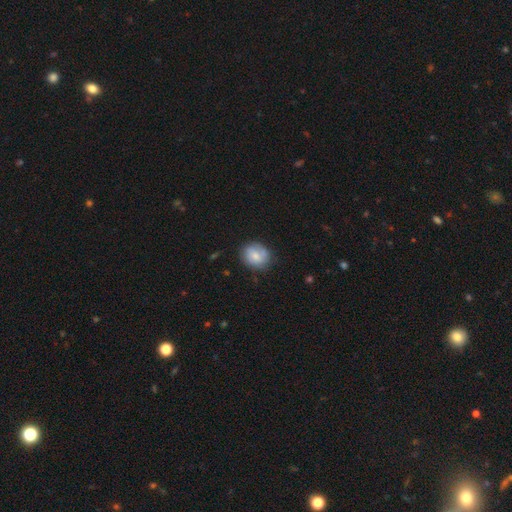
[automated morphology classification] smooth_or_featured: smooth (p=0.68) [alt: featured or disk p=0.24]
how_rounded: round (p=0.67) [alt: in between p=0.32]
merging: none (p=0.69) [alt: minor disturbance p=0.22]